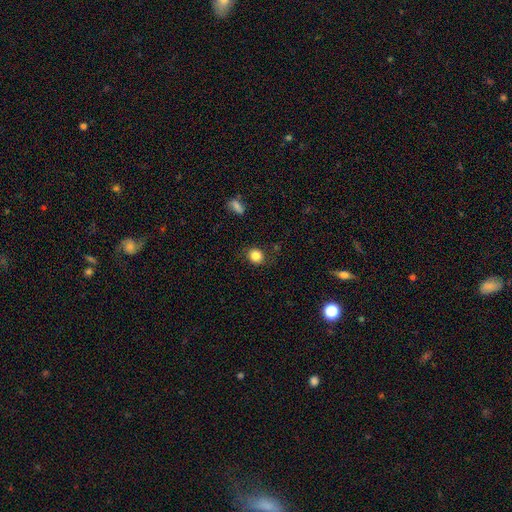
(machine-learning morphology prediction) smooth_or_featured: smooth (p=0.84) [alt: star or artifact p=0.10]
how_rounded: round (p=0.79) [alt: in between p=0.20]
merging: none (p=0.83) [alt: minor disturbance p=0.11]